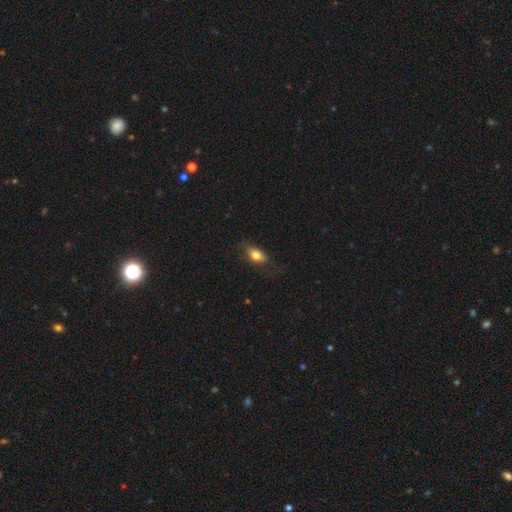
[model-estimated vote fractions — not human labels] Overall: smooth (76%). How rounded: in between (81%). Merging: none (69%).